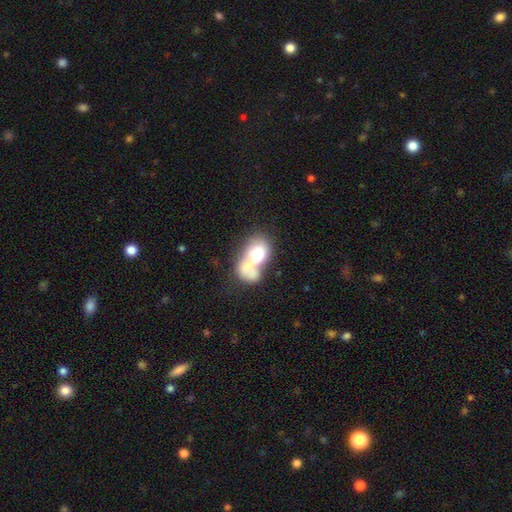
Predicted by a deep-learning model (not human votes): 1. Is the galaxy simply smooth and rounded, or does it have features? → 61% smooth, 31% featured or disk, 8% star or artifact.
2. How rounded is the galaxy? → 73% in between, 26% round, 2% cigar-shaped.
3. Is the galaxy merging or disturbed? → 72% merger, 12% none, 9% major disturbance, 7% minor disturbance.